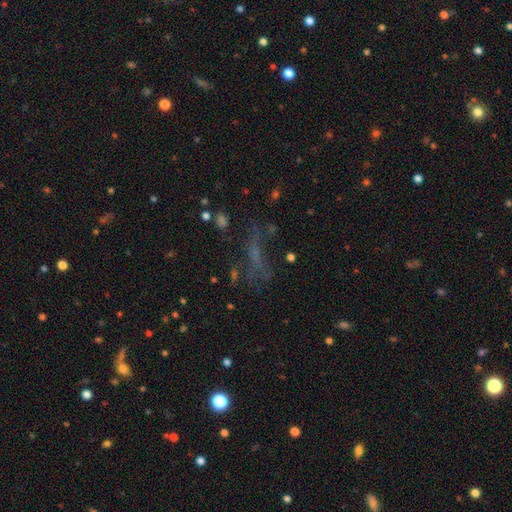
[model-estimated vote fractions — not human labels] This appears to be a star or artifact, not a galaxy (39%).